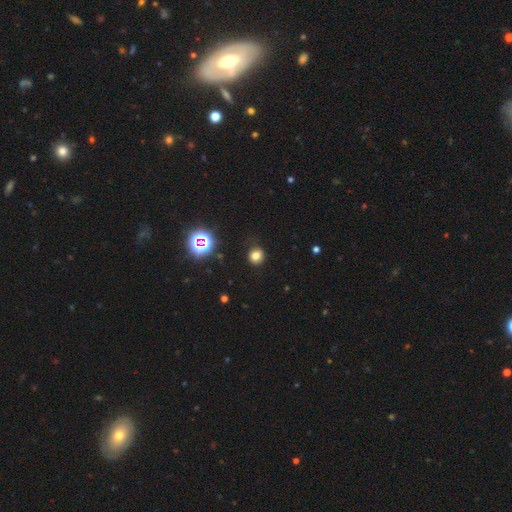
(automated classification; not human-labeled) Smooth or featured?
  - smooth: 75% *
  - star or artifact: 18%
  - featured or disk: 7%
How rounded?
  - round: 82% *
  - in between: 17%
  - cigar-shaped: 1%
Merging?
  - none: 84% *
  - minor disturbance: 11%
  - major disturbance: 3%
  - merger: 1%